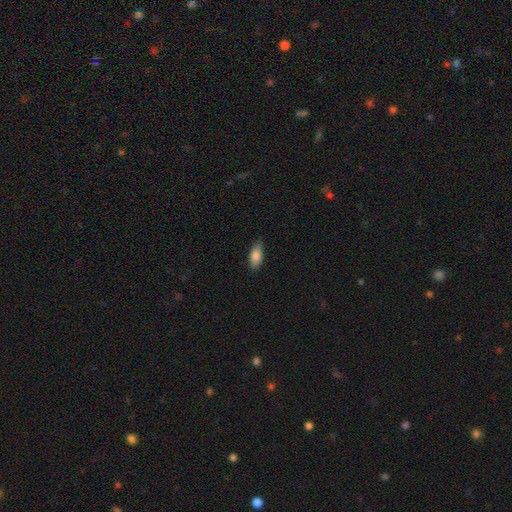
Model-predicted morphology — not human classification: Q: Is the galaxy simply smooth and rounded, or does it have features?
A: smooth — 81%.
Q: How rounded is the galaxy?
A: in between — 81%.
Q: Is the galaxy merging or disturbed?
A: none — 78%.